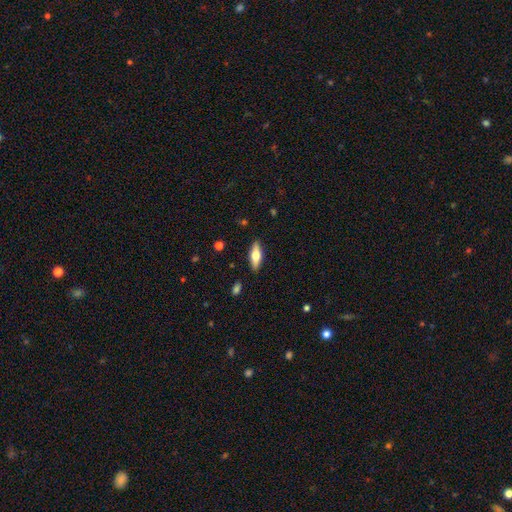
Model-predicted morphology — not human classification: This appears to be a smooth galaxy with no disk features (53%) that is in between round and cigar-shaped (60%). Merging: none (87%).